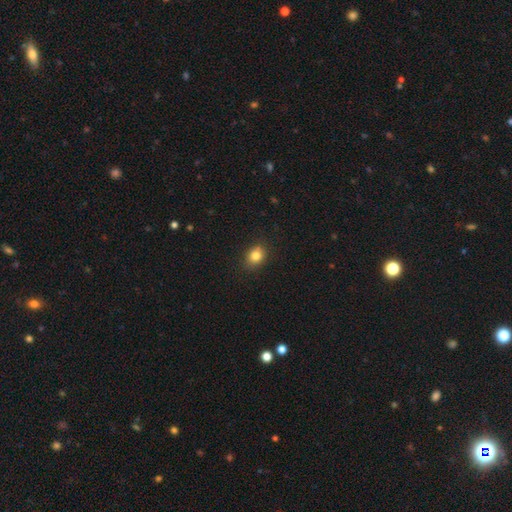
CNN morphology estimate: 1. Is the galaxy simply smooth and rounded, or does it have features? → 83% smooth, 11% star or artifact, 6% featured or disk.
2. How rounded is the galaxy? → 52% round, 47% in between, 1% cigar-shaped.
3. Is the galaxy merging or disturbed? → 85% none, 11% minor disturbance, 2% major disturbance, 1% merger.